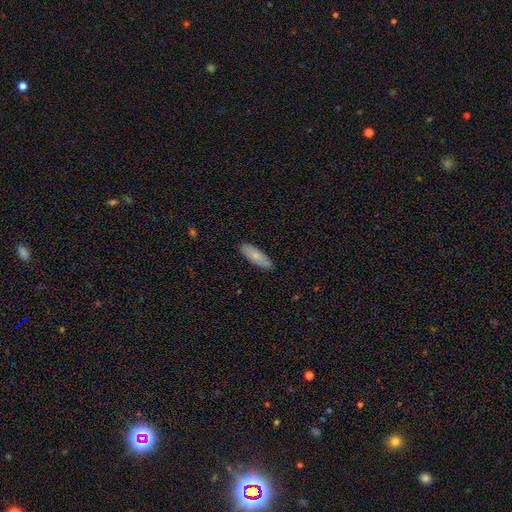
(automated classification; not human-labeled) Morphology: type=smooth (80%); roundness=in between (52%); merging=none (87%).